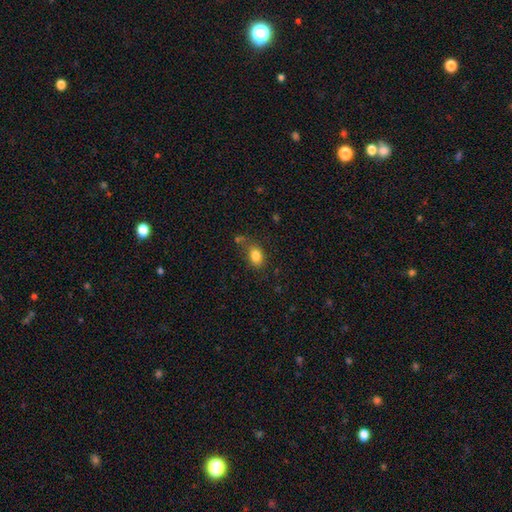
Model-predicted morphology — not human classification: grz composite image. It shows a smooth galaxy with no disk features (83%) that is in between round and cigar-shaped (74%). Merging: none (63%).